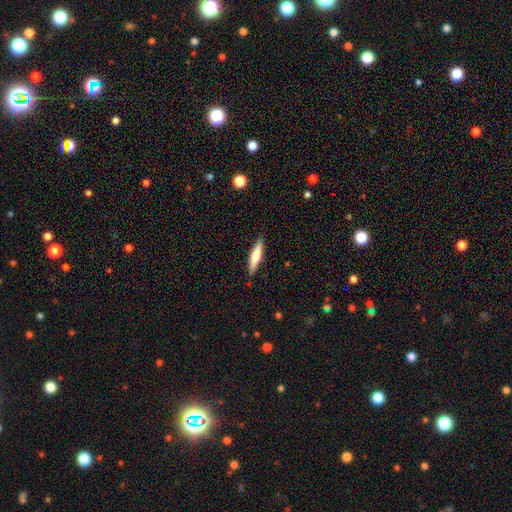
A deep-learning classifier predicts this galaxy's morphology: smooth-or-featured: smooth: 61% | featured or disk: 33% | star or artifact: 6%
  how-rounded: cigar-shaped: 81% | in between: 18% | round: 1%
  merging: none: 88% | minor disturbance: 9% | major disturbance: 2% | merger: 1%